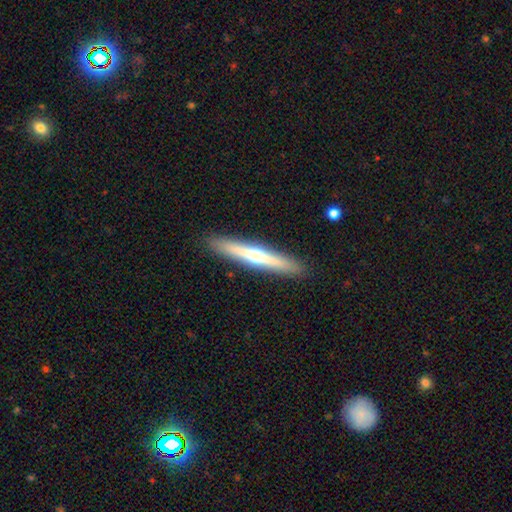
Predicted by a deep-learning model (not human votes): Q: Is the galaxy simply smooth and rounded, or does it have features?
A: featured or disk — 58%.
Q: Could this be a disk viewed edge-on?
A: yes — 95%.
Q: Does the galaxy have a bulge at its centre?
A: rounded — 87%.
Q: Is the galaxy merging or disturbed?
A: none — 91%.